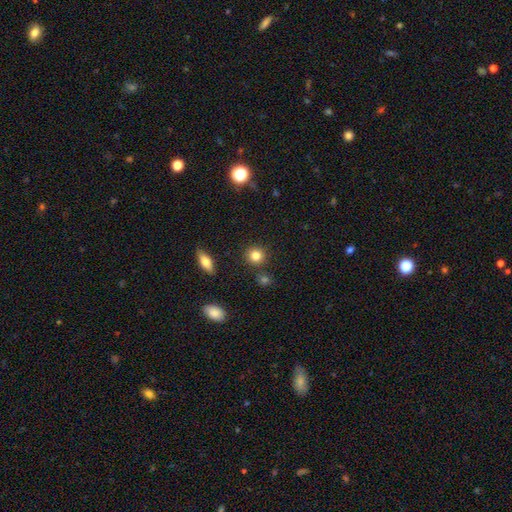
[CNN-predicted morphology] type=smooth (83%); roundness=round (90%); merging=none (87%).